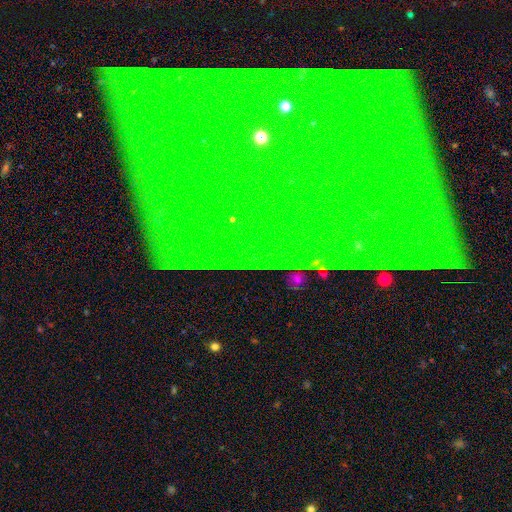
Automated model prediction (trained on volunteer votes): smooth-or-featured: star or artifact: 78% | featured or disk: 12% | smooth: 10%